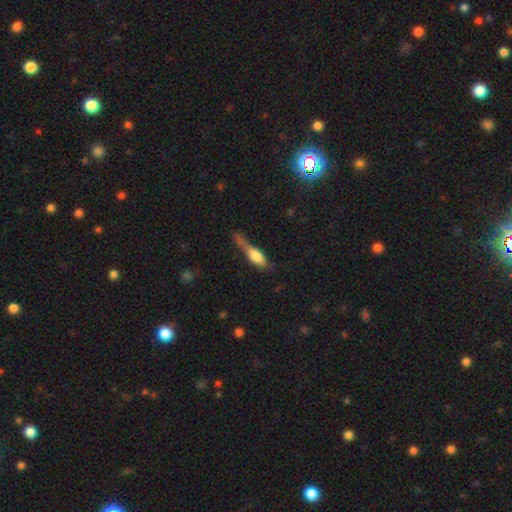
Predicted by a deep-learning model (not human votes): A smooth galaxy with no disk features (66%) that is in between round and cigar-shaped (50%).

Vote fractions:
- Smooth or featured? smooth: 66% / featured or disk: 26% / star or artifact: 8%
- How rounded? in between: 50% / cigar-shaped: 45% / round: 5%
- Merging? minor disturbance: 32% / major disturbance: 31% / none: 28% / merger: 9%